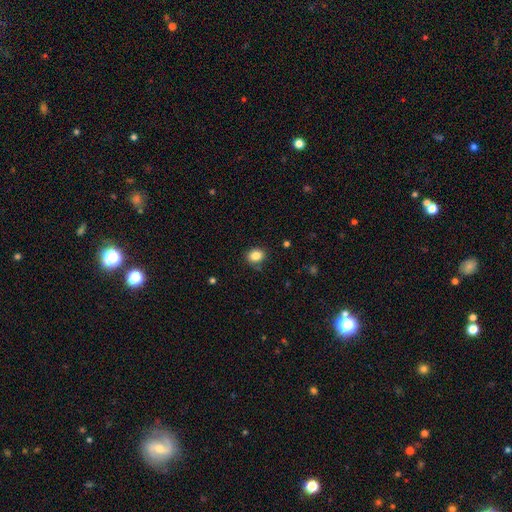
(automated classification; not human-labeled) The model was most divided on "how rounded": round: 58%, in between: 41%, cigar-shaped: 1%. More confident: smooth or featured — smooth (85%); merging — none (84%).